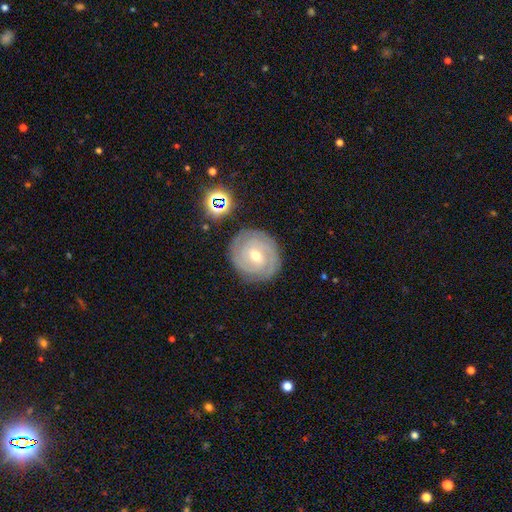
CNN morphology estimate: Q: Smooth or featured?
A: featured or disk (82%); runner-up: smooth (11%)
Q: Edge-on disk?
A: no (97%); runner-up: yes (3%)
Q: Bar?
A: weak (46%); runner-up: no (40%)
Q: Spiral arms?
A: yes (96%); runner-up: no (4%)
Q: Spiral winding?
A: tight (80%); runner-up: medium (17%)
Q: Spiral arm count?
A: 2 (38%); runner-up: 3 (24%)
Q: Bulge size?
A: moderate (56%); runner-up: small (41%)
Q: Merging?
A: none (84%); runner-up: minor disturbance (11%)